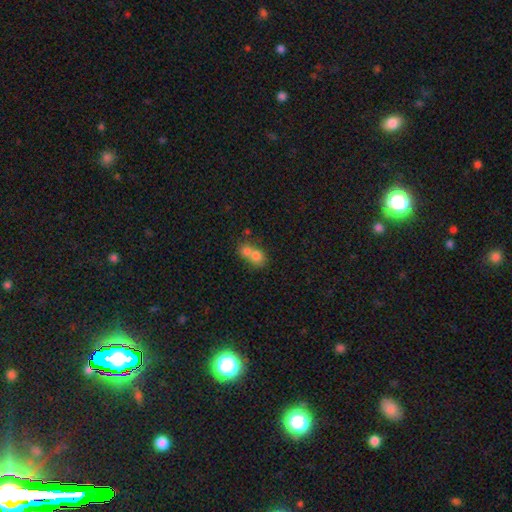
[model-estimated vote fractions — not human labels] Q: Smooth or featured?
A: smooth (73%); runner-up: featured or disk (17%)
Q: How rounded?
A: round (64%); runner-up: in between (35%)
Q: Merging?
A: merger (70%); runner-up: none (22%)